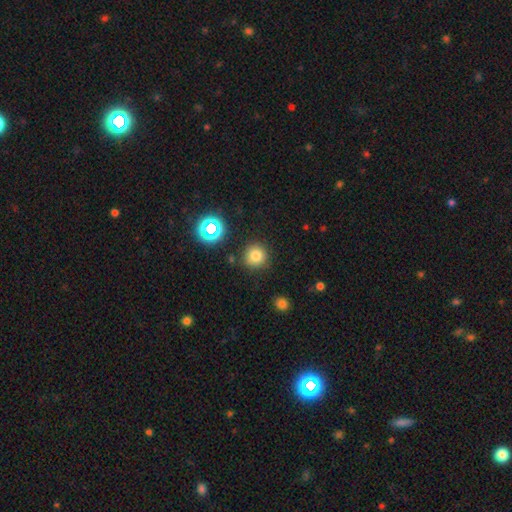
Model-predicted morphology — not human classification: smooth-or-featured: smooth: 77% | star or artifact: 17% | featured or disk: 6%
  how-rounded: round: 93% | in between: 6% | cigar-shaped: 1%
  merging: none: 85% | minor disturbance: 9% | major disturbance: 3% | merger: 3%